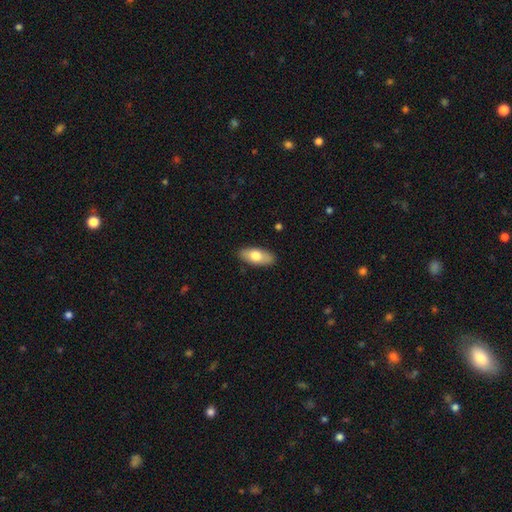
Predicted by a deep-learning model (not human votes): This is likely a smooth galaxy (74%). How rounded: clearly in between (87%). Merging: clearly none (88%).